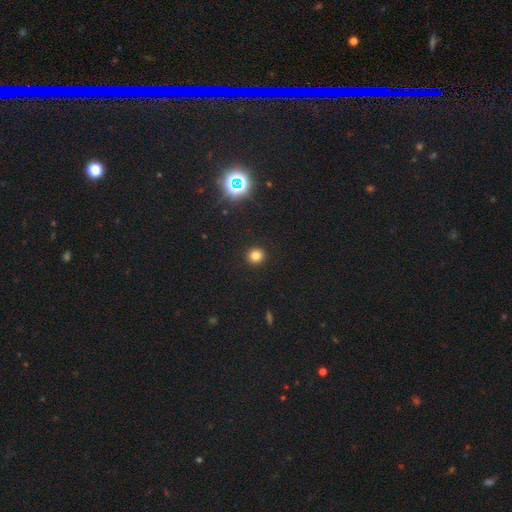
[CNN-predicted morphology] Smooth or featured: smooth — 79% (star or artifact — 16%)
How rounded: round — 89% (in between — 10%)
Merging: none — 93% (minor disturbance — 4%)